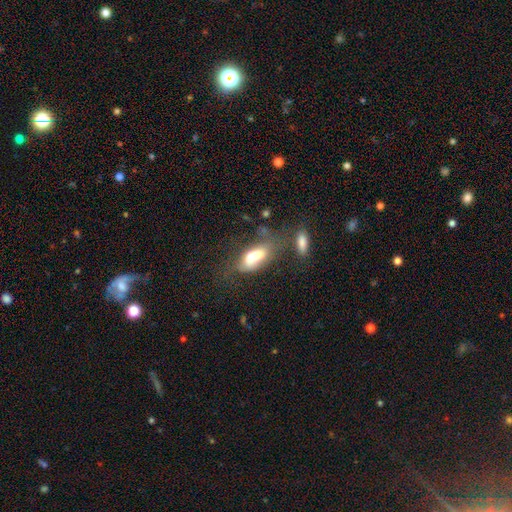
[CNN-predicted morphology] The model was most divided on "merging": none: 29%, merger: 28%, major disturbance: 23%, minor disturbance: 21%. More confident: how rounded — in between (82%); smooth or featured — smooth (64%).